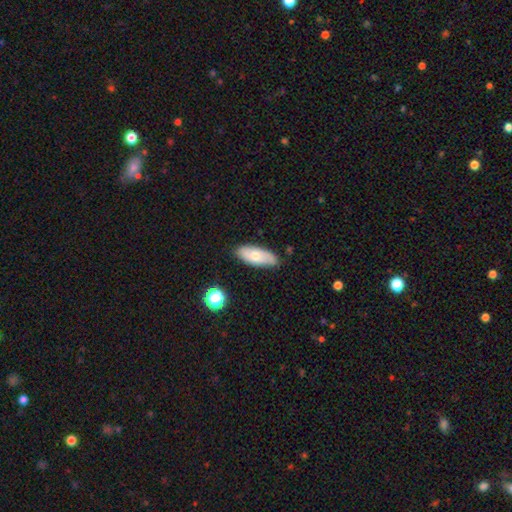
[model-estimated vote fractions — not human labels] Smooth or featured? smooth (63%)
How rounded? in between (80%)
Merging? none (78%)